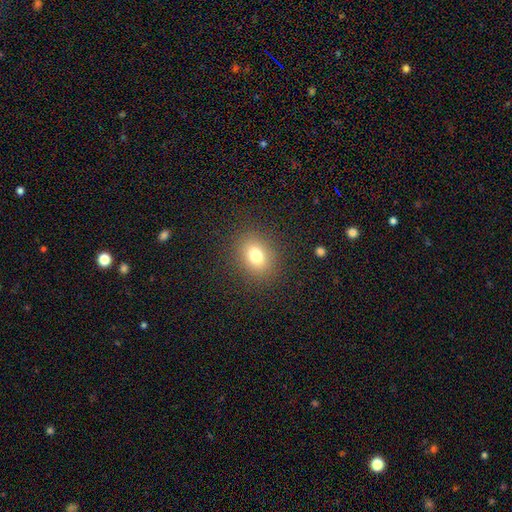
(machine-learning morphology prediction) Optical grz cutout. It shows a smooth galaxy with no disk features (77%) that is round (50%). Merging: none (87%).